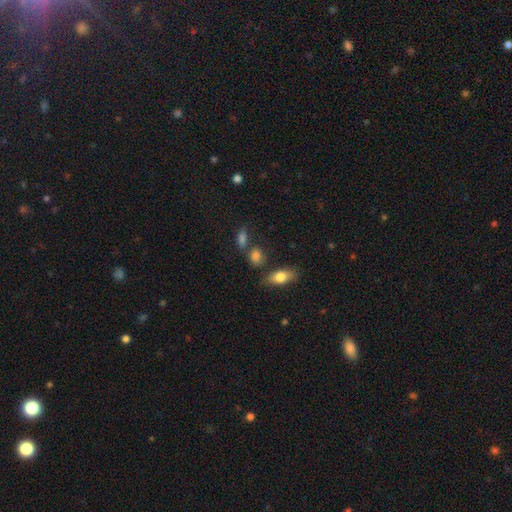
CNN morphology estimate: This is likely a smooth galaxy (79%). How rounded: likely in between (67%). Merging: likely none (62%).